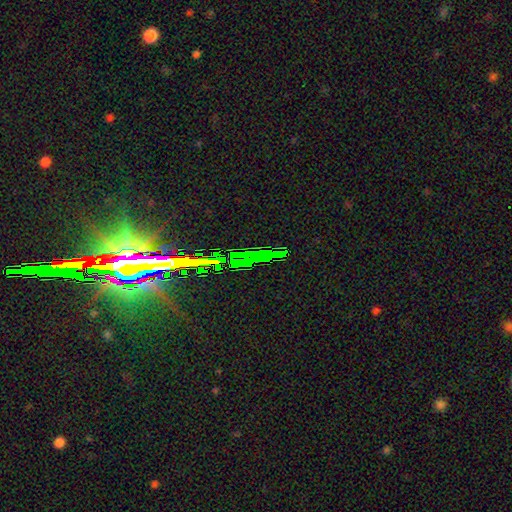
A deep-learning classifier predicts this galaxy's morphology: This appears to be a star or artifact, not a galaxy (65%).